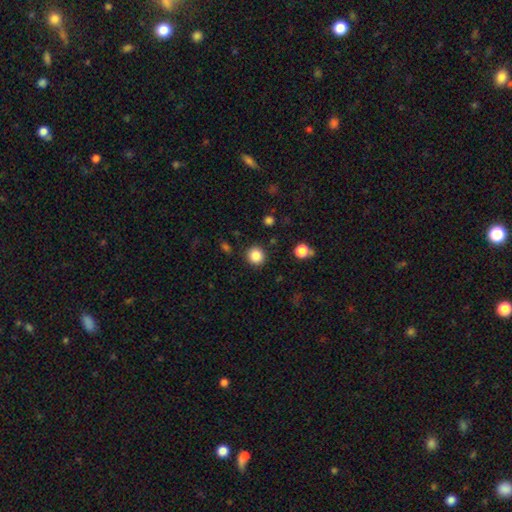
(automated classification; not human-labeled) A smooth galaxy with no disk features (85%) that is round (92%). Merging: none (90%).